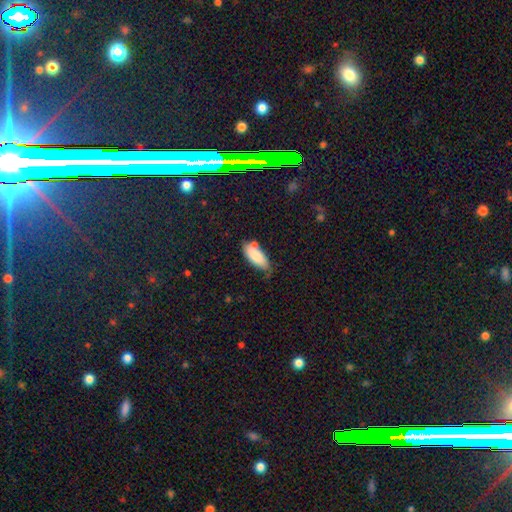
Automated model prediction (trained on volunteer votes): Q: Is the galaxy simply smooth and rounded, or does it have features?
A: smooth — 82%.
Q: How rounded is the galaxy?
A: in between — 83%.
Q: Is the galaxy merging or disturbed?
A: none — 54%.